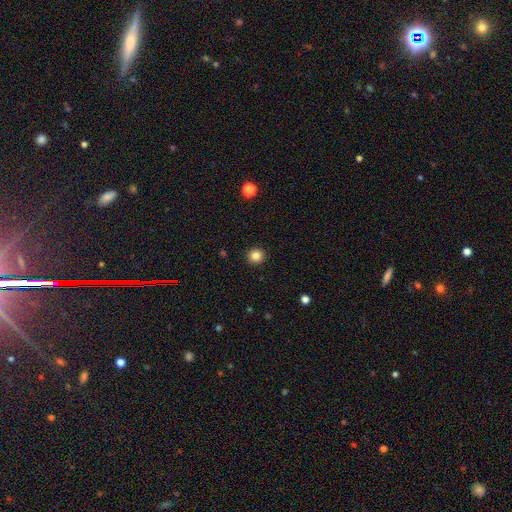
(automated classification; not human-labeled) Overall: smooth (84%). How rounded: round (94%). Merging: none (93%).